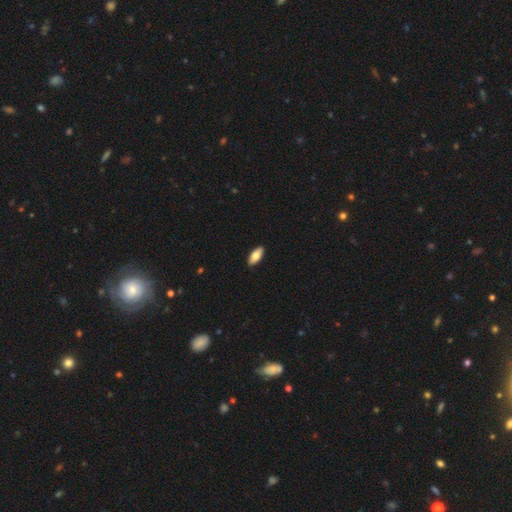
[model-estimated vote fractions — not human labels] A smooth galaxy with no disk features (78%) that is in between round and cigar-shaped (86%).

Vote fractions:
- Smooth or featured? smooth: 78% / featured or disk: 16% / star or artifact: 6%
- How rounded? in between: 86% / cigar-shaped: 12% / round: 2%
- Merging? none: 90% / minor disturbance: 7% / major disturbance: 1% / merger: 1%